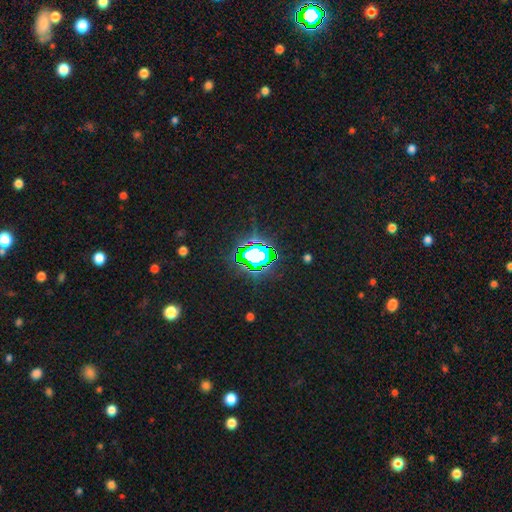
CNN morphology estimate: Smooth or featured? star or artifact (75%)